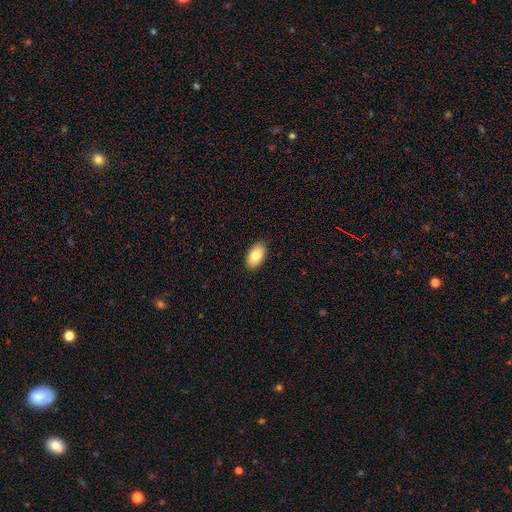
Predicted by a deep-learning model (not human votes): Smooth or featured? smooth (80%)
How rounded? in between (94%)
Merging? none (88%)